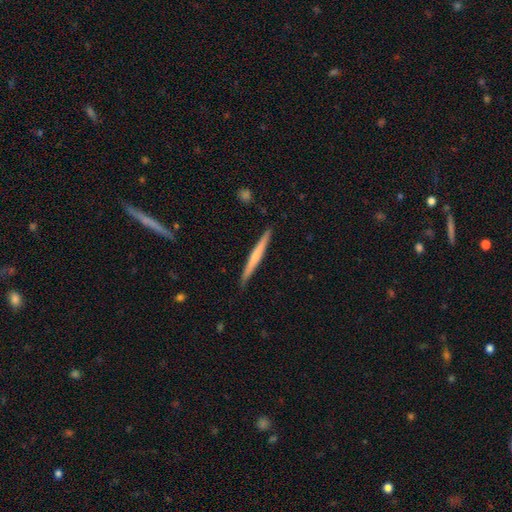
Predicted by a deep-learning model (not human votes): Q: Smooth or featured?
A: smooth (49%); runner-up: featured or disk (46%)
Q: Merging?
A: none (90%); runner-up: minor disturbance (8%)